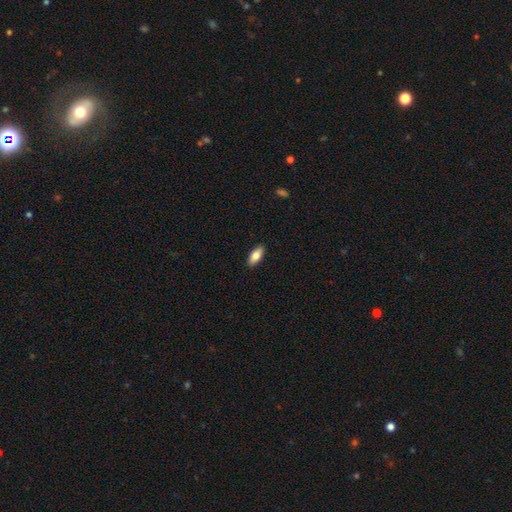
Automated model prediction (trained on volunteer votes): Overall: smooth (81%). How rounded: in between (86%). Merging: none (90%).